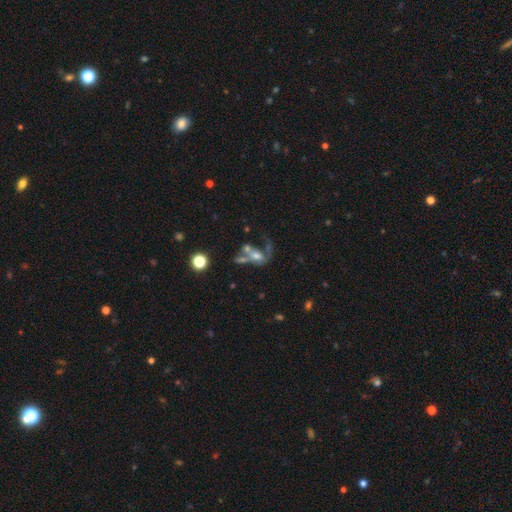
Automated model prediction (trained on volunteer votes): smooth-or-featured: featured or disk: 45% | smooth: 40% | star or artifact: 15%
  merging: merger: 44% | major disturbance: 24% | none: 21% | minor disturbance: 11%